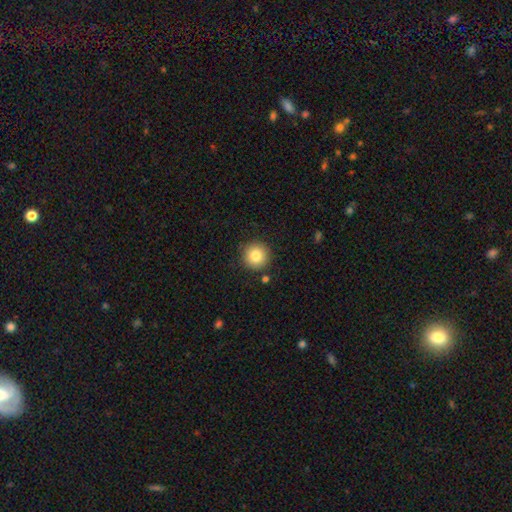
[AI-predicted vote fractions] Morphology: type=smooth (83%); roundness=round (95%); merging=none (88%).